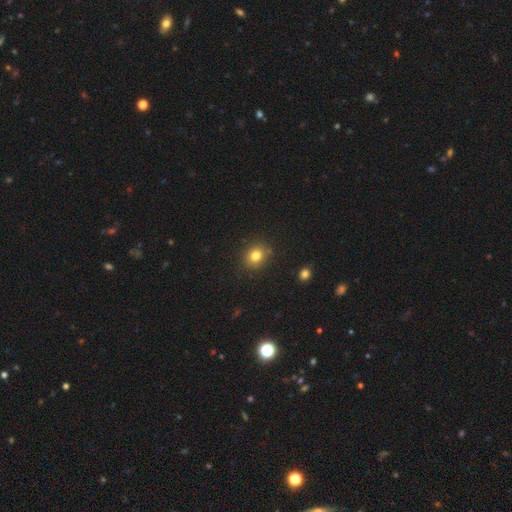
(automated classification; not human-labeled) A smooth galaxy with no disk features (80%) that is round (68%). Merging: none (86%).